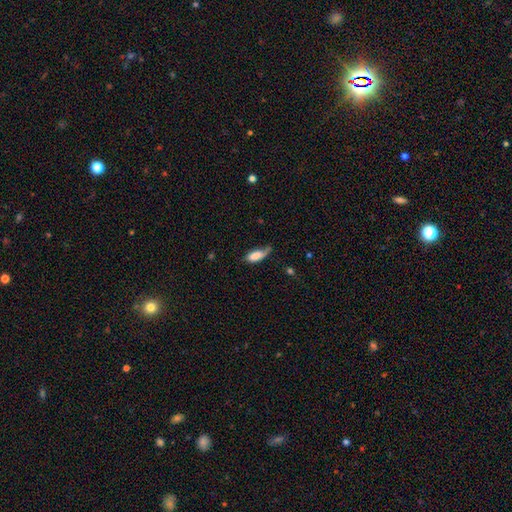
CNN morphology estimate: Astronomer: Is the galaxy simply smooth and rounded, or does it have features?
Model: smooth — 78%.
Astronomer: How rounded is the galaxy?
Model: in between — 79%.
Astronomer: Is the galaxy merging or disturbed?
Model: minor disturbance — 38% (runner-up: none, 36%).